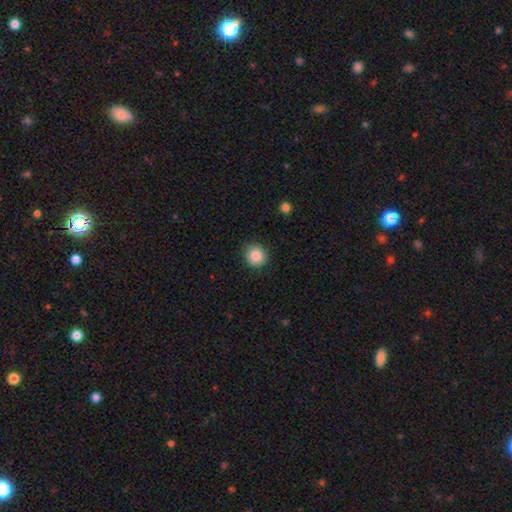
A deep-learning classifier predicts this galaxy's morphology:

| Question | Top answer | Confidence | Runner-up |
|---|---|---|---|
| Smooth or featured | smooth | 86% | star or artifact (9%) |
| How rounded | round | 91% | in between (8%) |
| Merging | none | 87% | minor disturbance (10%) |